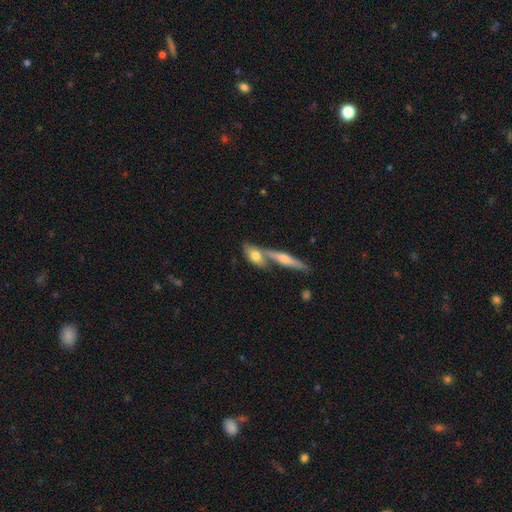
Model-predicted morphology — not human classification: This appears to be a smooth galaxy with no disk features (64%) that is in between round and cigar-shaped (69%). Merging: merger (43%, tied with none).